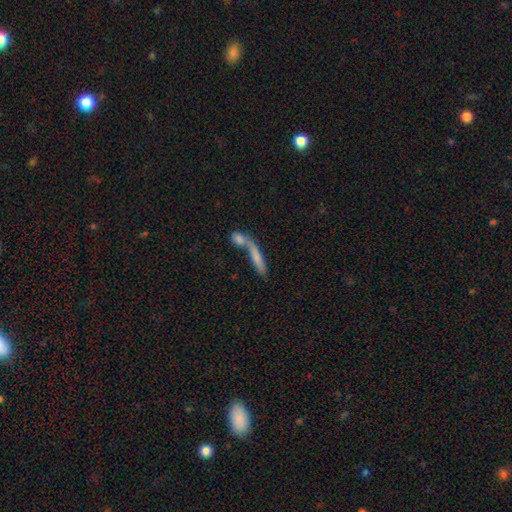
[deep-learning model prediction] This appears to be a smooth galaxy with no disk features (65%) that is cigar-shaped (75%). Merging: merger (58%).